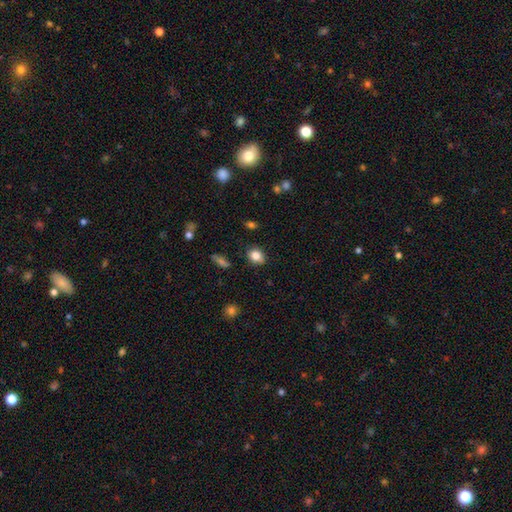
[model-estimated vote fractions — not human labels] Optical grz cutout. It shows a smooth galaxy with no disk features (83%) that is in between round and cigar-shaped (57%). Merging: none (81%).